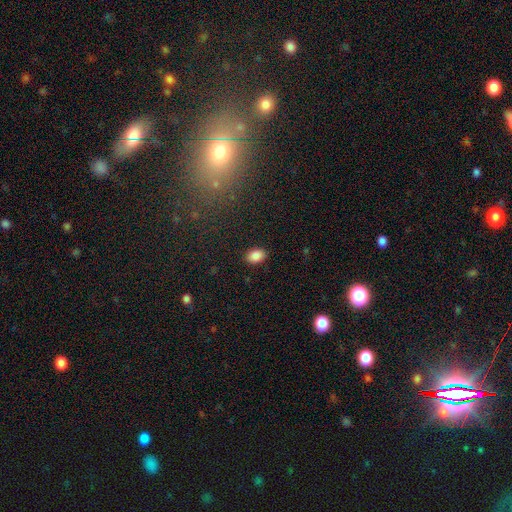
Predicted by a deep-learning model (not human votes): smooth_or_featured: smooth (p=0.88) [alt: star or artifact p=0.09]
how_rounded: in between (p=0.80) [alt: round p=0.19]
merging: none (p=0.88) [alt: minor disturbance p=0.09]